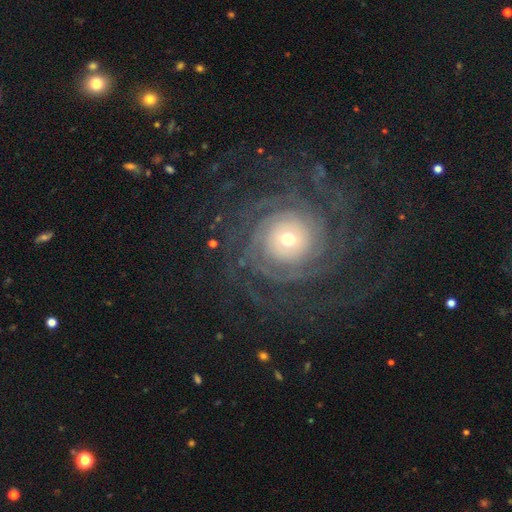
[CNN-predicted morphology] Smooth or featured: featured or disk — 84% (star or artifact — 9%)
Edge-on disk: no — 97% (yes — 3%)
Bar: no — 75% (weak — 16%)
Spiral arms: yes — 96% (no — 4%)
Spiral winding: tight — 80% (medium — 16%)
Spiral arm count: can't tell — 30% (more than 4 — 18%)
Bulge size: small — 52% (moderate — 39%)
Merging: none — 79% (minor disturbance — 10%)